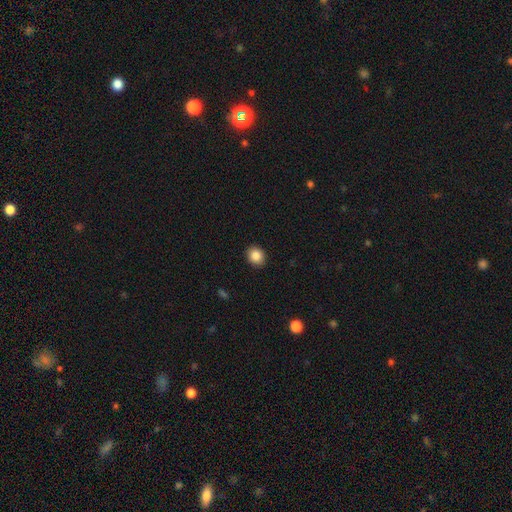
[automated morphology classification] type=smooth (86%); roundness=round (71%); merging=none (91%).